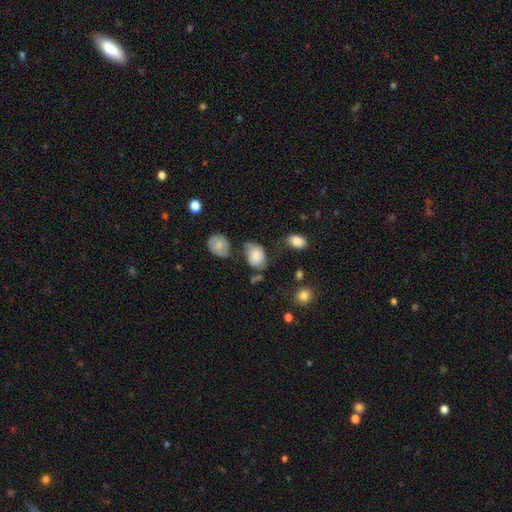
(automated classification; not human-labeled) Smooth or featured: smooth — 75% (featured or disk — 16%)
How rounded: in between — 78% (round — 21%)
Merging: none — 47% (minor disturbance — 31%)